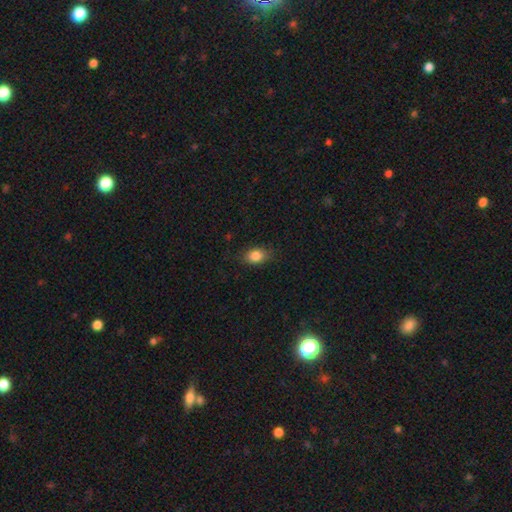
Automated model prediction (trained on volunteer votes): A smooth galaxy with no disk features (84%) that is in between round and cigar-shaped (73%). Merging: none (81%).